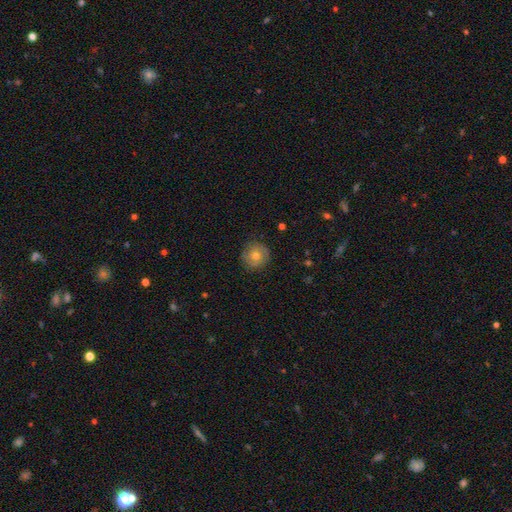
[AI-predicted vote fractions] This appears to be a smooth galaxy with no disk features (55%) that is round (93%). Merging: none (86%).